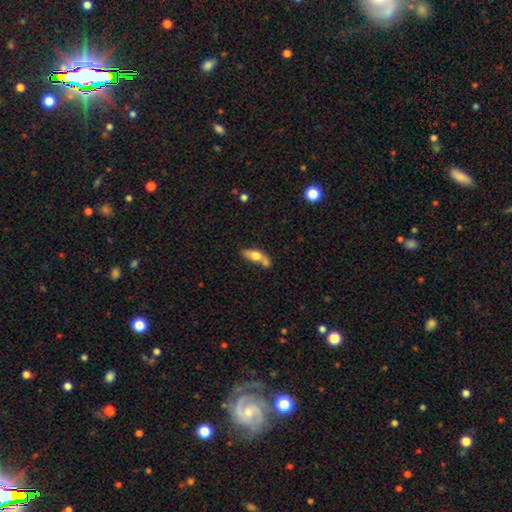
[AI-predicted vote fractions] A smooth galaxy with no disk features (62%) that is in between round and cigar-shaped (68%). Merging: none (43%).